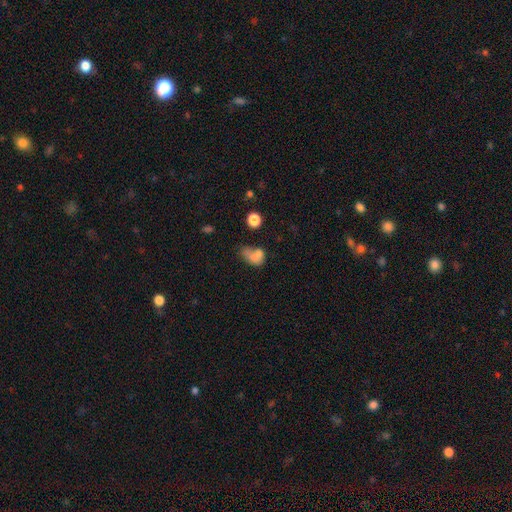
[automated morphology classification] Smooth or featured?
  - smooth: 70% *
  - featured or disk: 17%
  - star or artifact: 13%
How rounded?
  - in between: 69% *
  - round: 28%
  - cigar-shaped: 2%
Merging?
  - merger: 38% *
  - none: 24%
  - major disturbance: 20%
  - minor disturbance: 18%